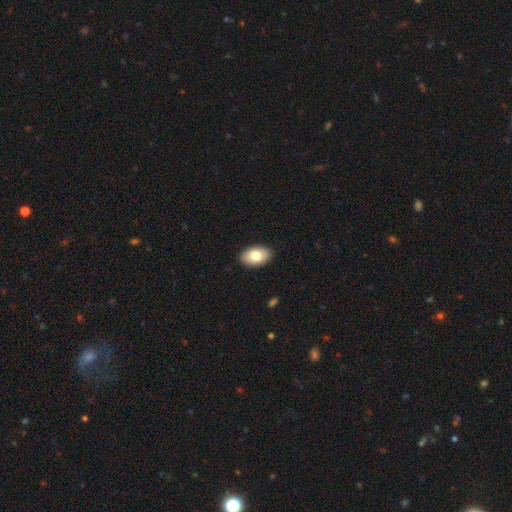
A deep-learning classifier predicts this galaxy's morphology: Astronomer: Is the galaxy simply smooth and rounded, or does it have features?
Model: smooth — 80%.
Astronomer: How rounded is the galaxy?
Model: in between — 92%.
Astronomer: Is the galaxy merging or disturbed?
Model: none — 90%.